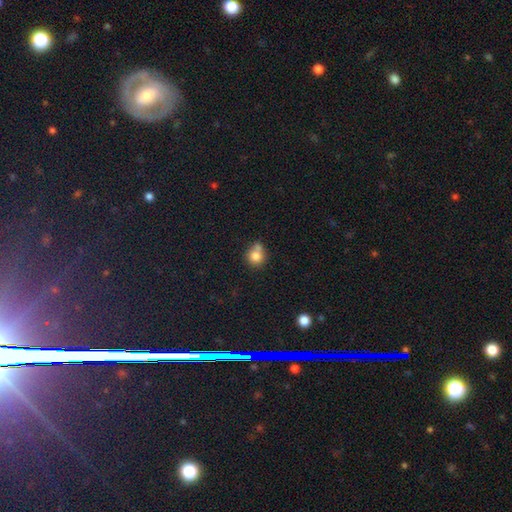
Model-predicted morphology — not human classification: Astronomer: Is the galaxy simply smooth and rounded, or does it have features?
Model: smooth — 79%.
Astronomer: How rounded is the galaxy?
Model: round — 81%.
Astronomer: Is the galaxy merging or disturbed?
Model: none — 45% (runner-up: merger, 31%).